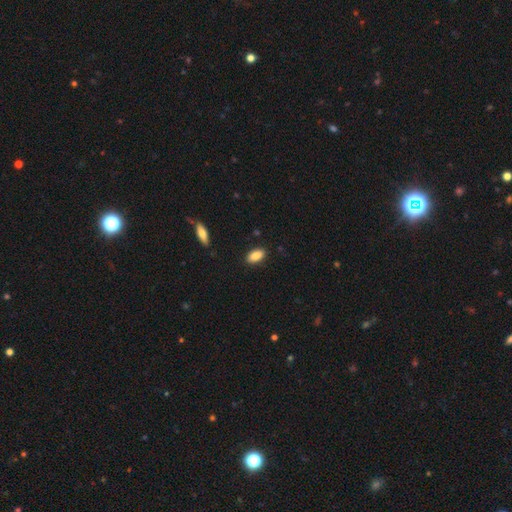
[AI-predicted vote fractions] smooth_or_featured: smooth (p=0.86) [alt: star or artifact p=0.07]
how_rounded: in between (p=0.89) [alt: cigar-shaped p=0.08]
merging: none (p=0.87) [alt: minor disturbance p=0.09]